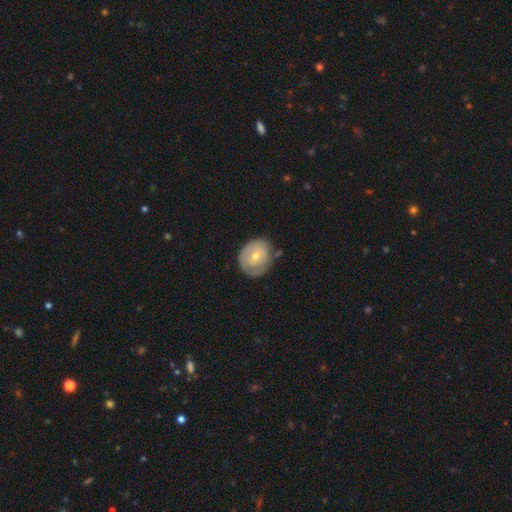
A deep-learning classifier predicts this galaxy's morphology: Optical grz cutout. It shows a smooth galaxy with no disk features (50%) that is round (68%). Merging: none (66%).